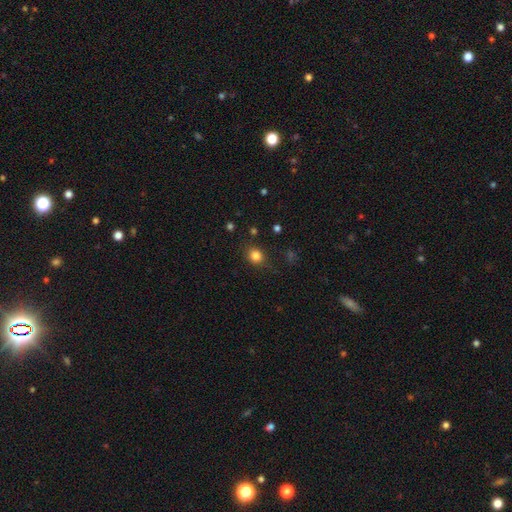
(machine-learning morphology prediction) smooth 82%, star or artifact 12%, featured or disk 5%. Down the decision tree: how rounded — round (74%); merging — none (82%).